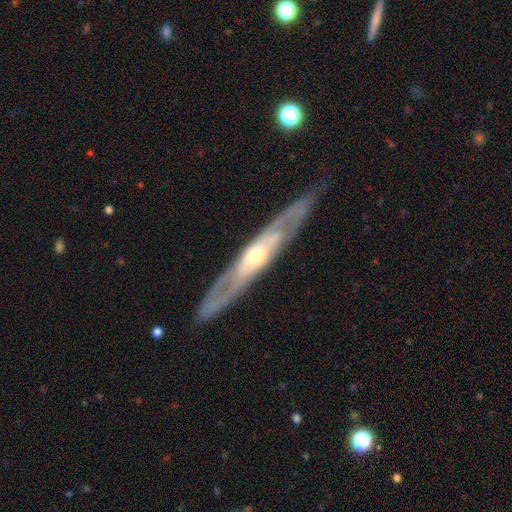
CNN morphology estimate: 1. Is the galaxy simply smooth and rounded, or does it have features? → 78% featured or disk, 18% smooth, 4% star or artifact.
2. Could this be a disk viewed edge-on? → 61% yes, 39% no.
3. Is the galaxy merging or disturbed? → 83% none, 11% minor disturbance, 4% major disturbance, 2% merger.